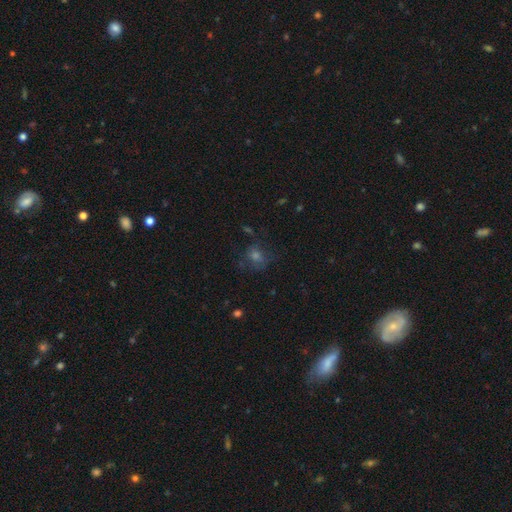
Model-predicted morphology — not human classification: This is possibly a smooth galaxy (47%). Merging: likely none (62%).